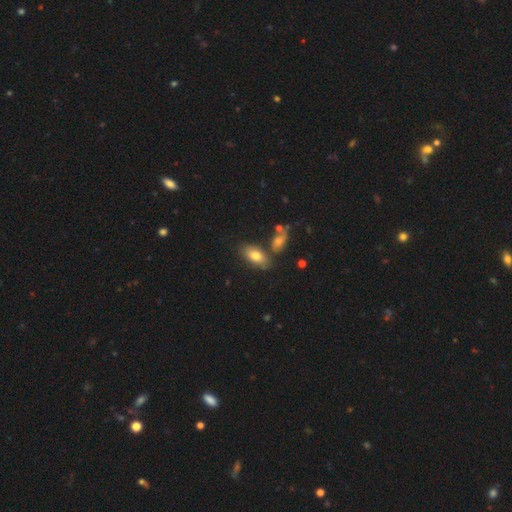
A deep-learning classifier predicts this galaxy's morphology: Smooth or featured? smooth (76%)
How rounded? in between (90%)
Merging? none (67%)